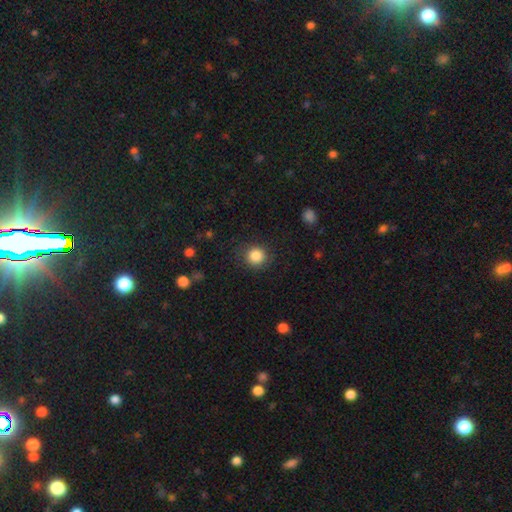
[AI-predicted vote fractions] Smooth or featured? smooth (86%)
How rounded? round (90%)
Merging? none (86%)